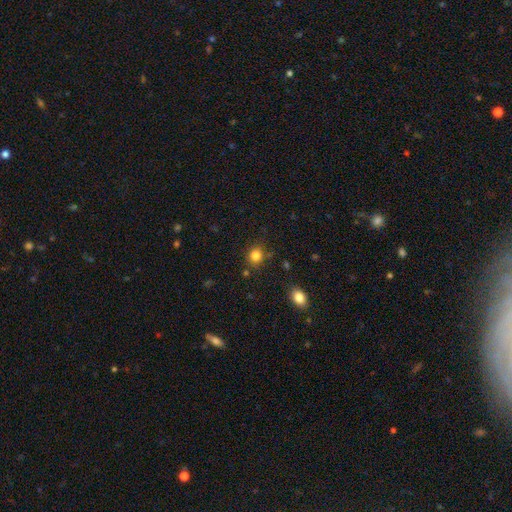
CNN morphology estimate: The model was most divided on "how rounded": round: 79%, in between: 20%, cigar-shaped: 1%. More confident: smooth or featured — smooth (83%); merging — none (82%).